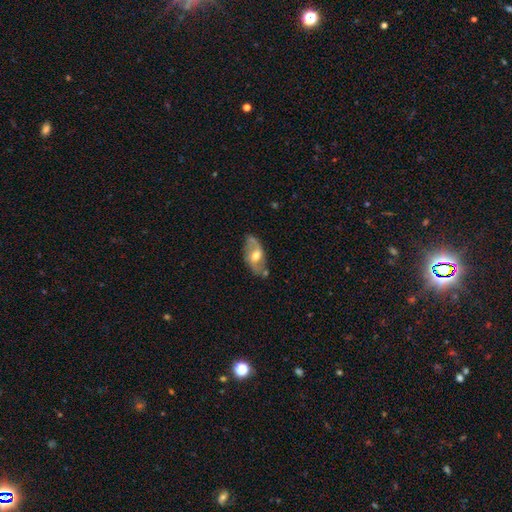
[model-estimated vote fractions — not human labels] This is likely a featured or disk galaxy (67%). It is clearly not viewed edge-on (90%). Bar: possibly weak (46%). Spiral arm pattern: likely yes (77%). Central bulge: likely moderate (69%). Merging: likely none (67%).